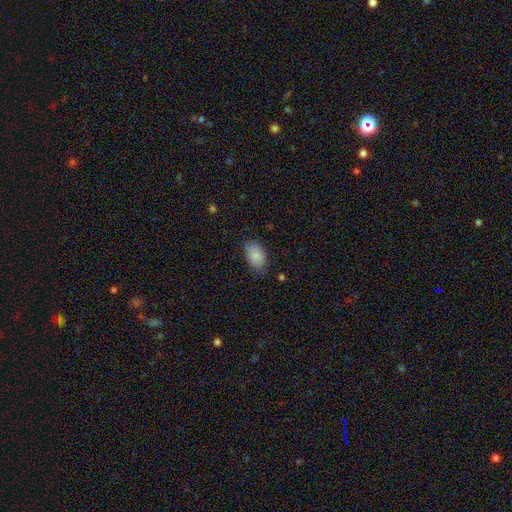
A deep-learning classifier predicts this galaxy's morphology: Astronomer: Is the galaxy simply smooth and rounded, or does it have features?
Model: smooth — 87%.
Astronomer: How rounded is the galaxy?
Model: in between — 92%.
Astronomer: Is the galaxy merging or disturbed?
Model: none — 78%.